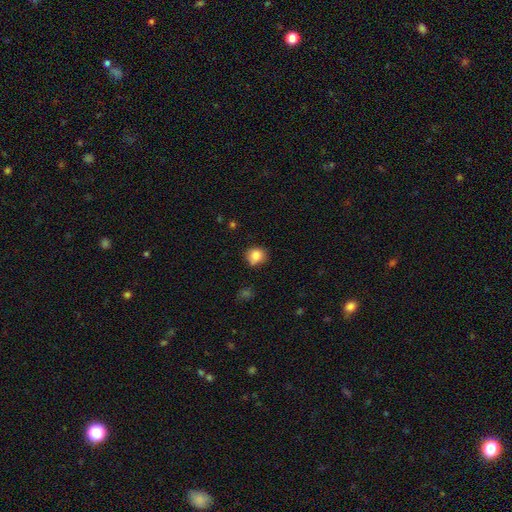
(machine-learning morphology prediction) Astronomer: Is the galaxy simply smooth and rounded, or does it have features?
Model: smooth — 84%.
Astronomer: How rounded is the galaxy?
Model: round — 83%.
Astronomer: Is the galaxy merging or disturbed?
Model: none — 75%.